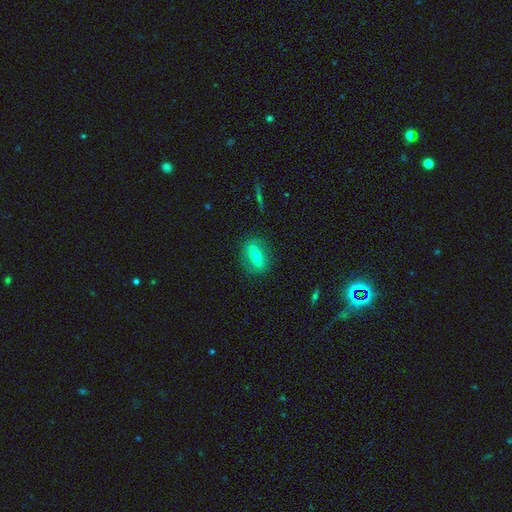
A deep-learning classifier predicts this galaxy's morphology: Q: Smooth or featured?
A: smooth (55%); runner-up: featured or disk (37%)
Q: How rounded?
A: in between (59%); runner-up: cigar-shaped (29%)
Q: Merging?
A: none (84%); runner-up: minor disturbance (11%)